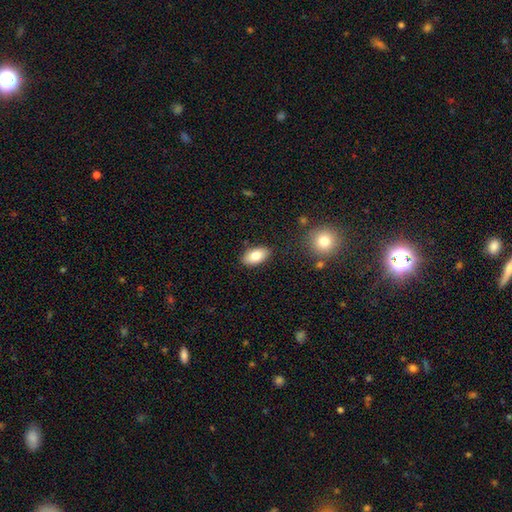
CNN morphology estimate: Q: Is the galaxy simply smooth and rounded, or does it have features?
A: smooth — 81%.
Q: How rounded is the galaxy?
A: in between — 93%.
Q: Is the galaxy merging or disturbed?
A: none — 86%.